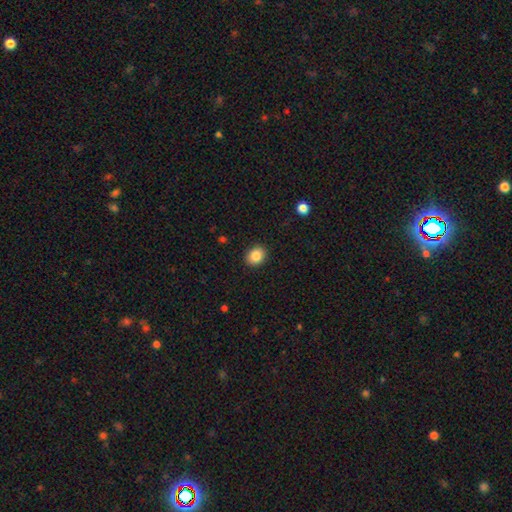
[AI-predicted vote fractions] Smooth or featured? smooth (86%)
How rounded? round (63%)
Merging? none (90%)